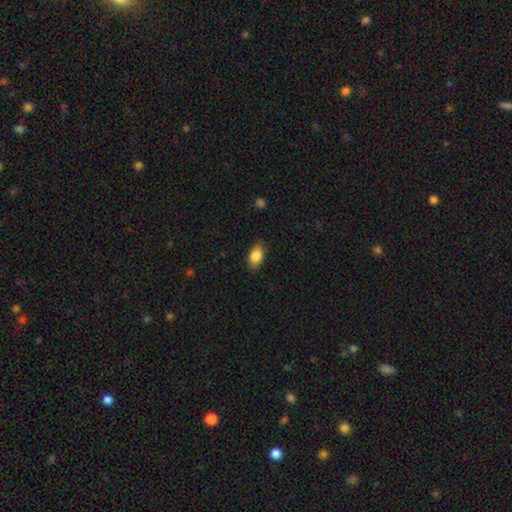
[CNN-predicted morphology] This appears to be a smooth galaxy with no disk features (86%) that is in between round and cigar-shaped (89%). Merging: none (83%).